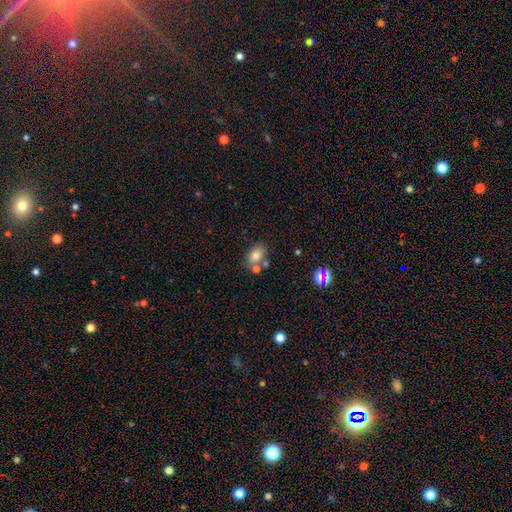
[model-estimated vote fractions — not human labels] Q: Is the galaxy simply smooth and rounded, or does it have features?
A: smooth — 79%.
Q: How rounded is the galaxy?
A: in between — 83%.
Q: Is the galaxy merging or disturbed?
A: none — 62%.